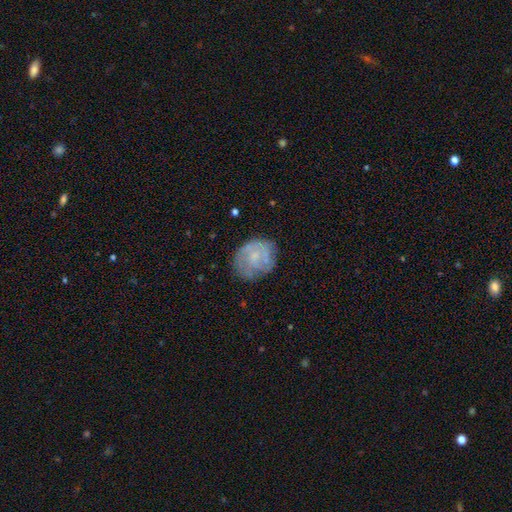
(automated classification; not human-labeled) Smooth or featured: featured or disk — 57% (smooth — 35%)
Edge-on disk: no — 98% (yes — 2%)
Bar: no — 75% (weak — 22%)
Spiral arms: yes — 62% (no — 38%)
Bulge size: small — 59% (moderate — 21%)
Merging: none — 65% (minor disturbance — 22%)